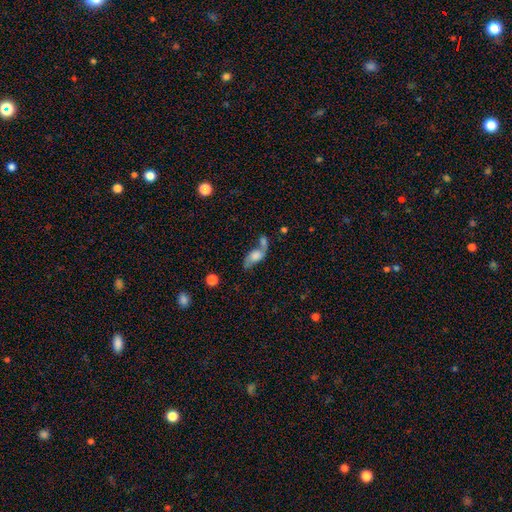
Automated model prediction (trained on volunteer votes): smooth 49%, featured or disk 41%, star or artifact 10%. Down the decision tree: merging — merger (43%).